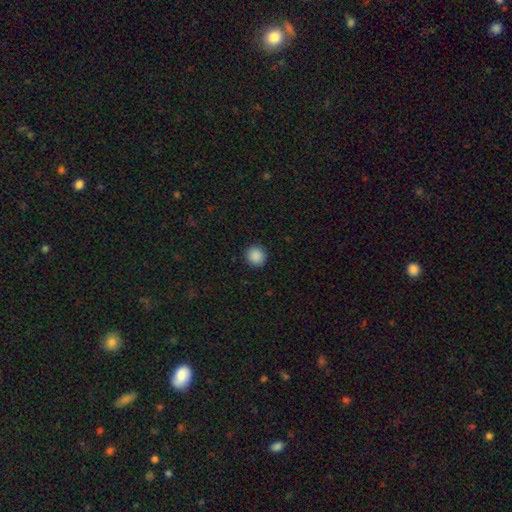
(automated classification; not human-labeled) This appears to be a smooth galaxy with no disk features (89%) that is round (93%). Merging: none (92%).